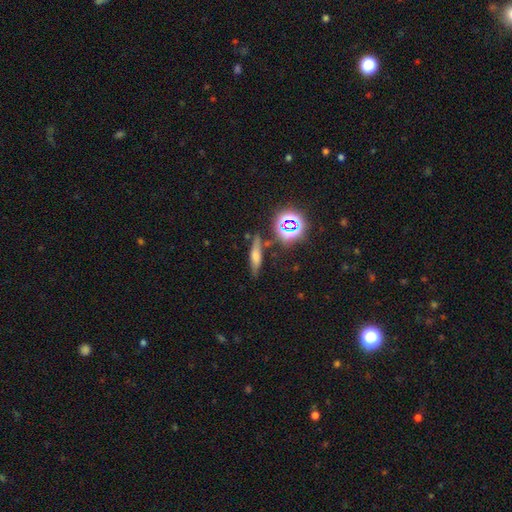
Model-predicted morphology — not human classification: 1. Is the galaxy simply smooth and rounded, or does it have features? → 45% smooth, 32% featured or disk, 23% star or artifact.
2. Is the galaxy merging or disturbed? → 78% none, 13% minor disturbance, 5% merger, 4% major disturbance.